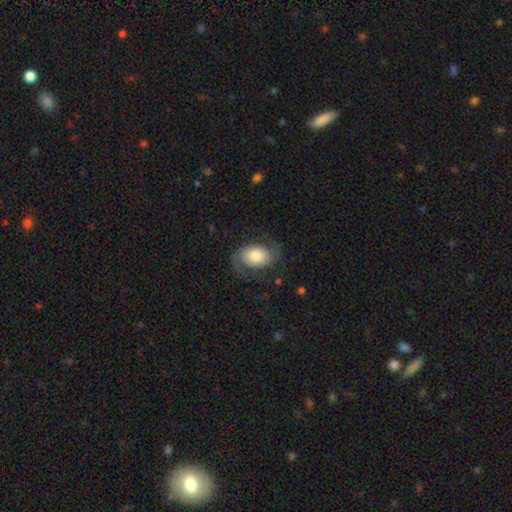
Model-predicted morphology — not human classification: Q: Smooth or featured?
A: featured or disk (72%); runner-up: smooth (21%)
Q: Edge-on disk?
A: no (97%); runner-up: yes (3%)
Q: Bar?
A: no (70%); runner-up: weak (23%)
Q: Spiral arms?
A: yes (93%); runner-up: no (7%)
Q: Spiral winding?
A: loose (43%); runner-up: medium (42%)
Q: Spiral arm count?
A: 2 (92%); runner-up: can't tell (3%)
Q: Bulge size?
A: moderate (39%); runner-up: large (36%)
Q: Merging?
A: none (69%); runner-up: minor disturbance (16%)